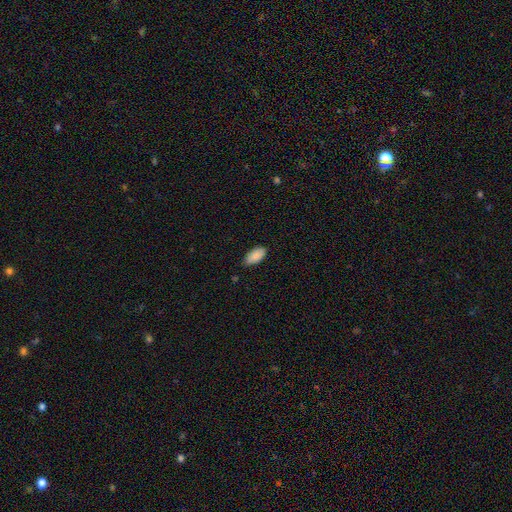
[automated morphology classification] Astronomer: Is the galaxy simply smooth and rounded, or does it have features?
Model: smooth — 88%.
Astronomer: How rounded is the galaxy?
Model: in between — 93%.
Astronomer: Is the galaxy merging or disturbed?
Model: none — 80%.